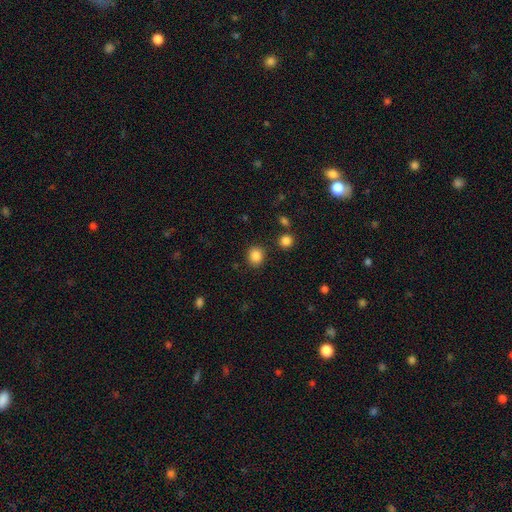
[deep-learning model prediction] The model was most divided on "how rounded": round: 81%, in between: 18%, cigar-shaped: 1%. More confident: smooth or featured — smooth (86%); merging — none (86%).